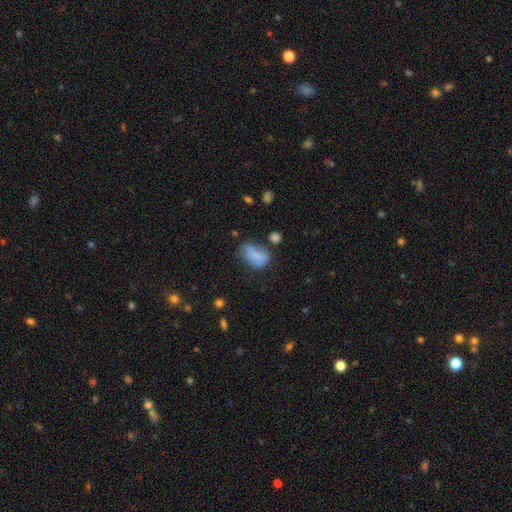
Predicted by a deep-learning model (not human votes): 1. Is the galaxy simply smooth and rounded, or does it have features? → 68% smooth, 22% featured or disk, 10% star or artifact.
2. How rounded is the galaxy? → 82% in between, 16% round, 2% cigar-shaped.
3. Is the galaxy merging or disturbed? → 37% none, 31% minor disturbance, 21% major disturbance, 10% merger.